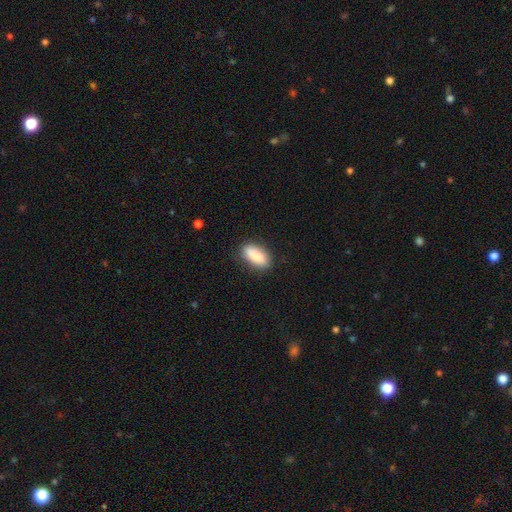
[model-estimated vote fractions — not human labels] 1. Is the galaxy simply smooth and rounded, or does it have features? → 85% smooth, 9% featured or disk, 7% star or artifact.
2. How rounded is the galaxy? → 82% in between, 15% cigar-shaped, 3% round.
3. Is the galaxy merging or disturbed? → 83% none, 13% minor disturbance, 3% major disturbance, 1% merger.